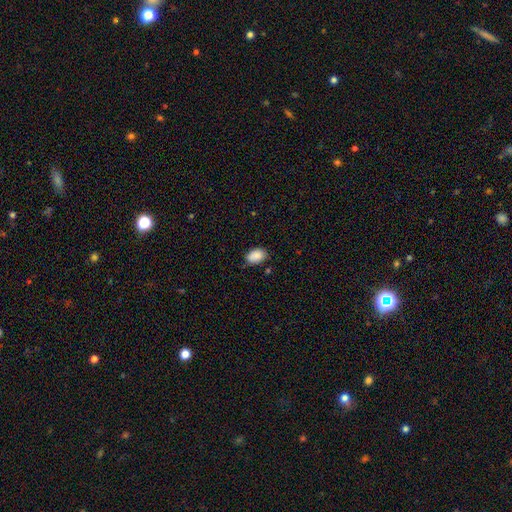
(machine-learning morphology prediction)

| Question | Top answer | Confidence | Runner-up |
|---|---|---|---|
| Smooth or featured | smooth | 88% | star or artifact (7%) |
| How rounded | in between | 85% | round (14%) |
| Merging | none | 74% | minor disturbance (20%) |